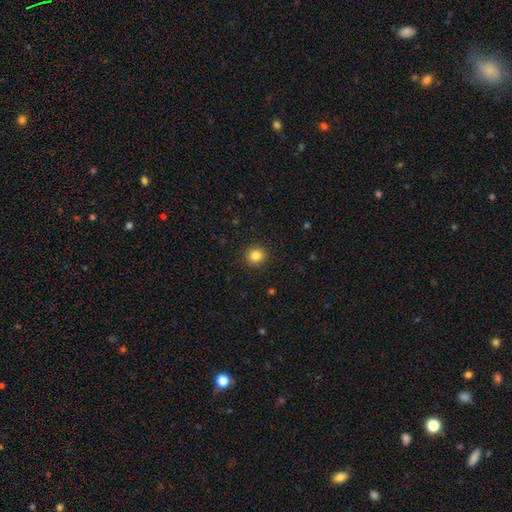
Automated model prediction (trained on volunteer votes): This is clearly a smooth galaxy (84%). How rounded: clearly round (92%). Merging: clearly none (92%).